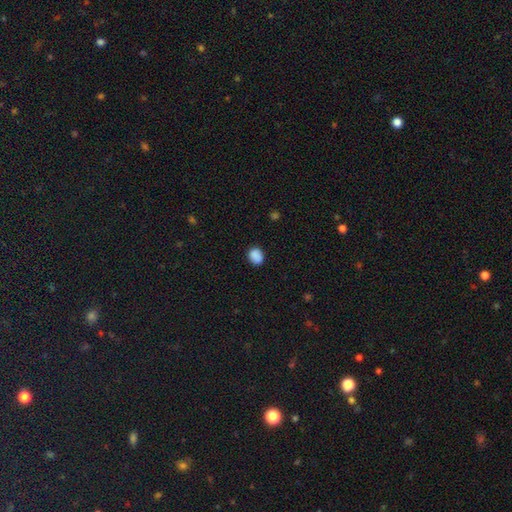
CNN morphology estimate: Overall: smooth (88%). How rounded: round (53%; in between 46%). Merging: none (85%).